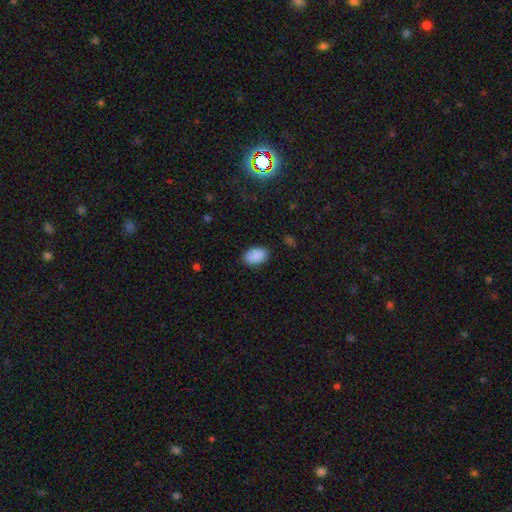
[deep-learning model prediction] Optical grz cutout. It shows a smooth galaxy with no disk features (90%) that is in between round and cigar-shaped (91%). Merging: none (86%).